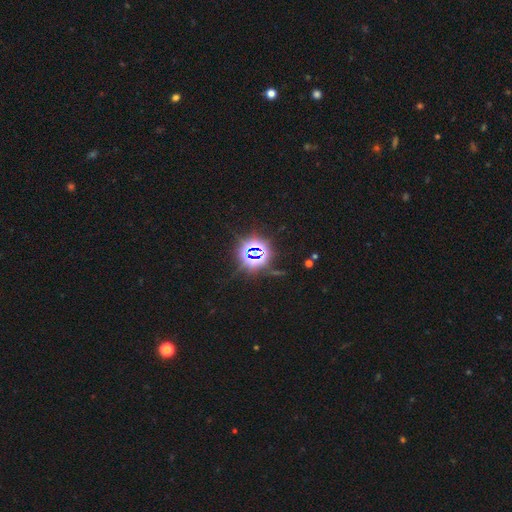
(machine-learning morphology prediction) The model was most divided on "smooth or featured": star or artifact: 81%, smooth: 12%, featured or disk: 8%.